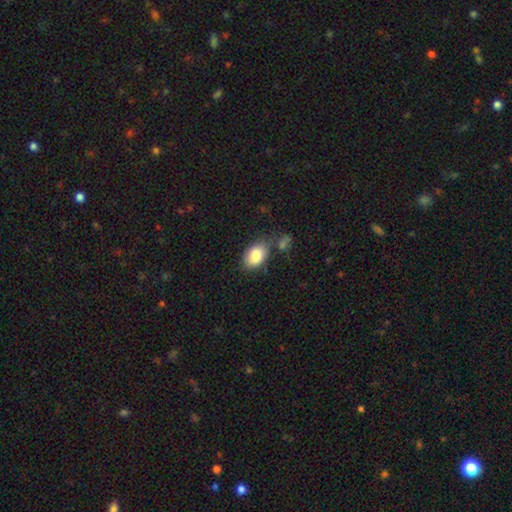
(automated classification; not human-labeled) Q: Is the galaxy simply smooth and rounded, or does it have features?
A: smooth — 85%.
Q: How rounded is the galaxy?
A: in between — 84%.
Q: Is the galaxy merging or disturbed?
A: none — 59%.